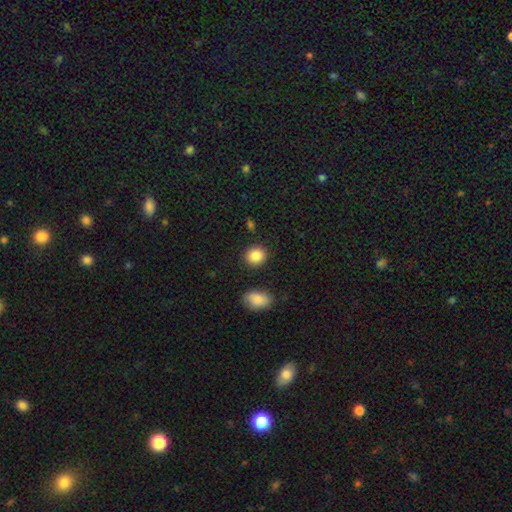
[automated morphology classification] smooth_or_featured: smooth (p=0.88) [alt: star or artifact p=0.08]
how_rounded: round (p=0.76) [alt: in between p=0.23]
merging: none (p=0.88) [alt: minor disturbance p=0.07]